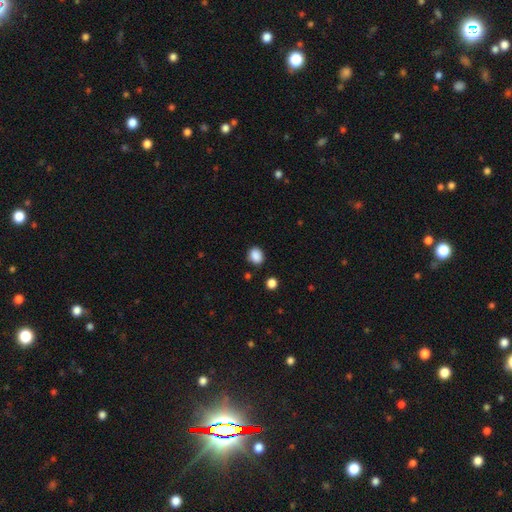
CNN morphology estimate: Smooth or featured? smooth (88%)
How rounded? round (51%)
Merging? none (83%)